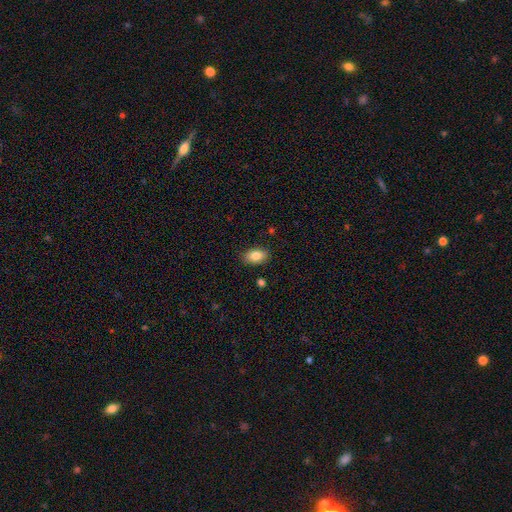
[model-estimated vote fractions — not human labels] smooth 84%, featured or disk 8%, star or artifact 8%. Down the decision tree: how rounded — in between (88%); merging — none (87%).